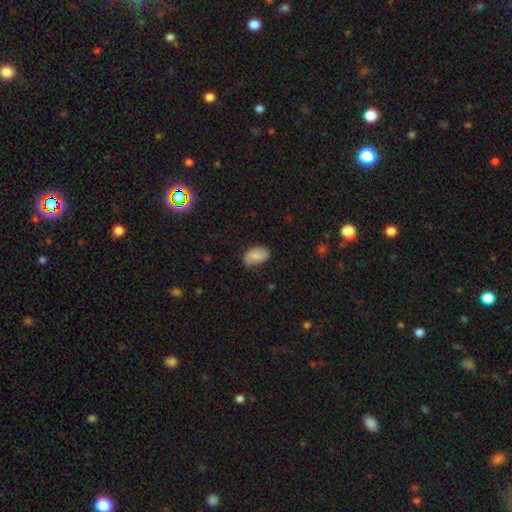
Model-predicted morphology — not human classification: A smooth galaxy with no disk features (71%) that is in between round and cigar-shaped (92%).

Vote fractions:
- Smooth or featured? smooth: 71% / featured or disk: 22% / star or artifact: 8%
- How rounded? in between: 92% / round: 7% / cigar-shaped: 2%
- Merging? none: 68% / minor disturbance: 25% / major disturbance: 5% / merger: 2%